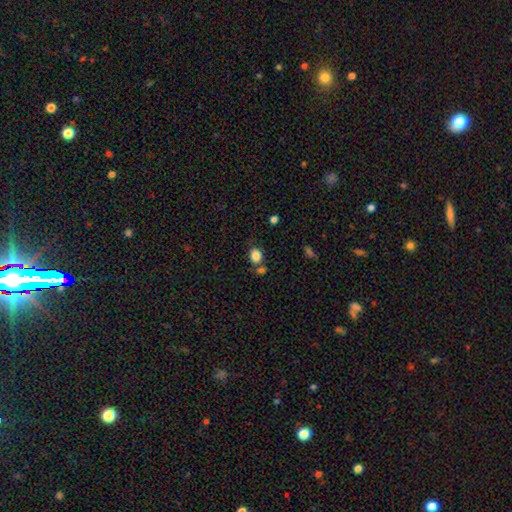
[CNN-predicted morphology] Smooth or featured?
  - smooth: 85% *
  - star or artifact: 11%
  - featured or disk: 5%
How rounded?
  - round: 67% *
  - in between: 32%
  - cigar-shaped: 1%
Merging?
  - none: 69% *
  - merger: 14%
  - minor disturbance: 13%
  - major disturbance: 4%